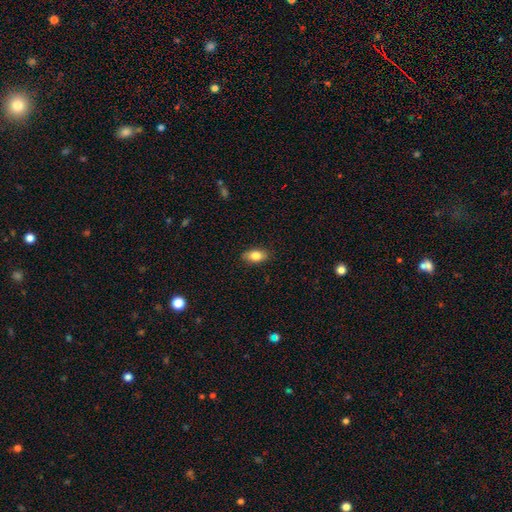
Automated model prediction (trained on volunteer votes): This is clearly a smooth galaxy (83%). How rounded: clearly in between (89%). Merging: clearly none (86%).